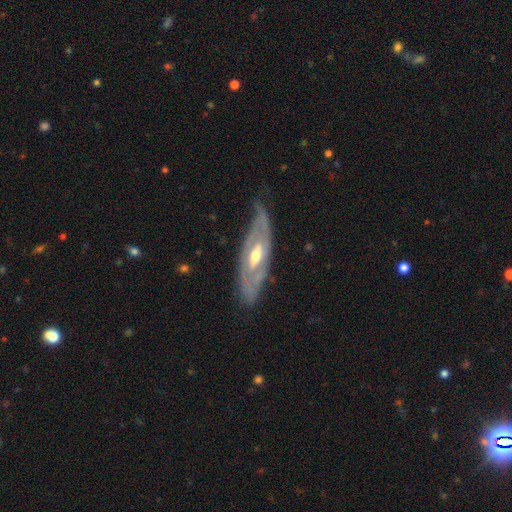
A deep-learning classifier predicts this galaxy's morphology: Smooth or featured? featured or disk (82%)
Edge-on disk? no (78%)
Bar? weak (41%)
Spiral arms? yes (75%)
Bulge size? moderate (68%)
Merging? none (64%)